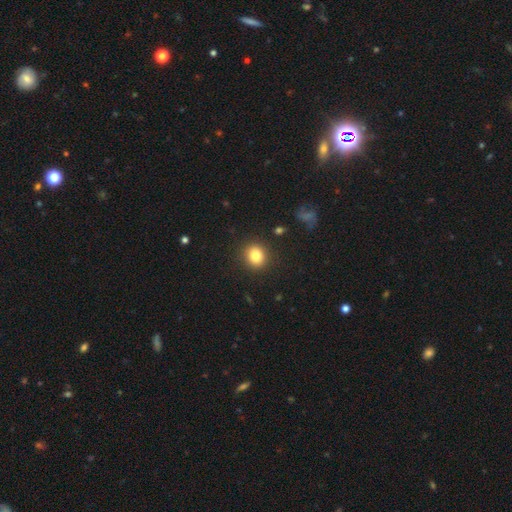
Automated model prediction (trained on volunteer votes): A smooth galaxy with no disk features (83%) that is round (72%).

Vote fractions:
- Smooth or featured? smooth: 83% / star or artifact: 10% / featured or disk: 7%
- How rounded? round: 72% / in between: 27% / cigar-shaped: 1%
- Merging? none: 90% / minor disturbance: 7% / major disturbance: 2% / merger: 1%